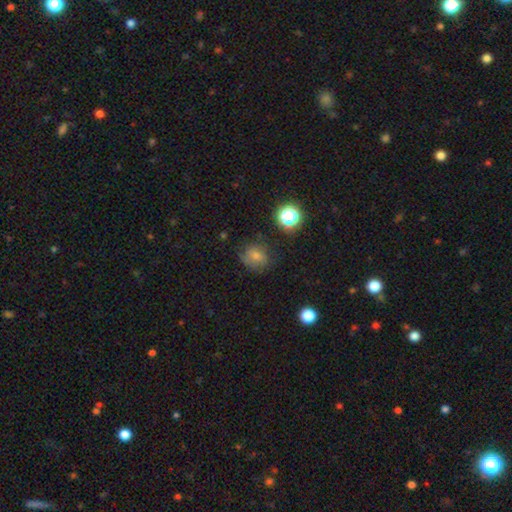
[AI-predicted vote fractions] The model was most divided on "how rounded": round: 69%, in between: 30%, cigar-shaped: 1%. More confident: merging — none (70%); smooth or featured — smooth (69%).